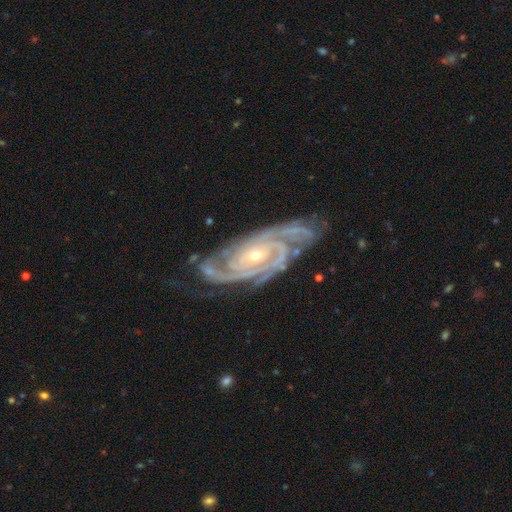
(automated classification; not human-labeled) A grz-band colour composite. It shows a featured or disk galaxy (93%) with no bar (59%), 3 (36%) tight (71%) spiral arms (99%) and a small central bulge (66%). Merging: none (73%).